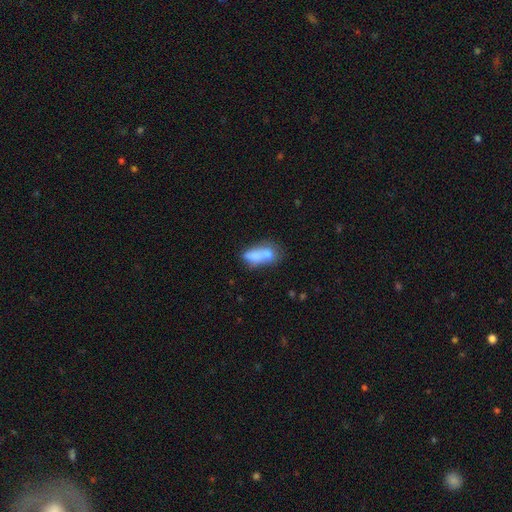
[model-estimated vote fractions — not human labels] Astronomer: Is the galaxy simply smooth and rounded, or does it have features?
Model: smooth — 70%.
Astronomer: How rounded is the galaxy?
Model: in between — 78%.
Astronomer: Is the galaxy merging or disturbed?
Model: merger — 55%.